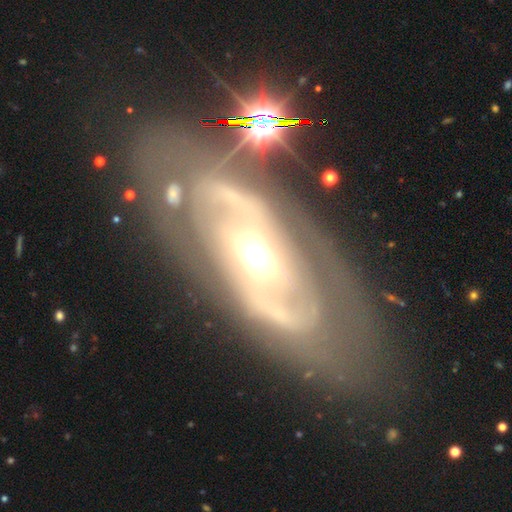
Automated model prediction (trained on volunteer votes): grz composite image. It shows a featured or disk galaxy (82%) with no bar (39%), 2 (63%) tight (43%) spiral arms (73%) and a moderate central bulge (64%). Merging: none (62%).